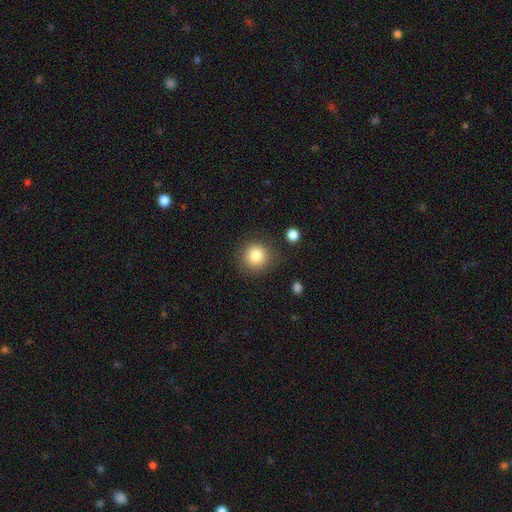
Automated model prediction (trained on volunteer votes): This is clearly a smooth galaxy (83%). How rounded: clearly round (93%). Merging: clearly none (84%).